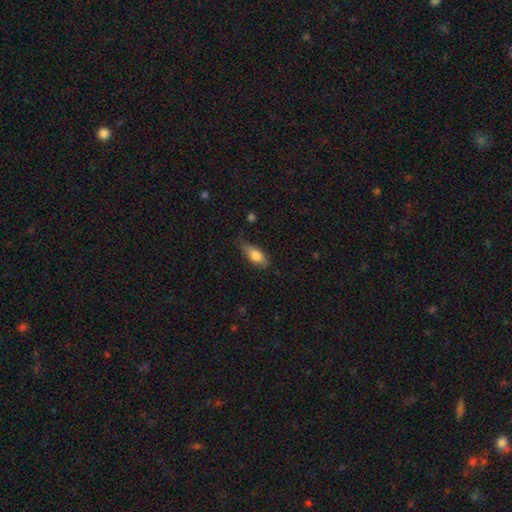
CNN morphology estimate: A smooth galaxy with no disk features (76%) that is in between round and cigar-shaped (76%). Merging: none (64%).